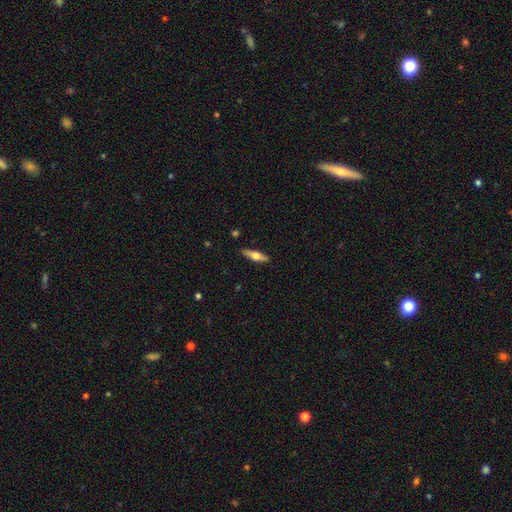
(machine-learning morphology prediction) smooth 48%, featured or disk 46%, star or artifact 6%. Down the decision tree: merging — none (88%).